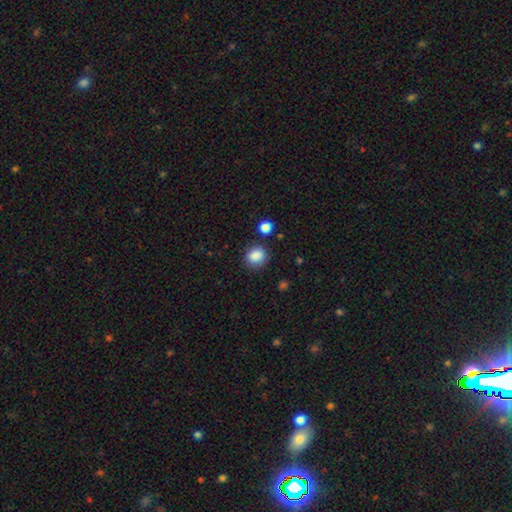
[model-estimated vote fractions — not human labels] A smooth galaxy with no disk features (87%) that is round (76%). Merging: none (82%).